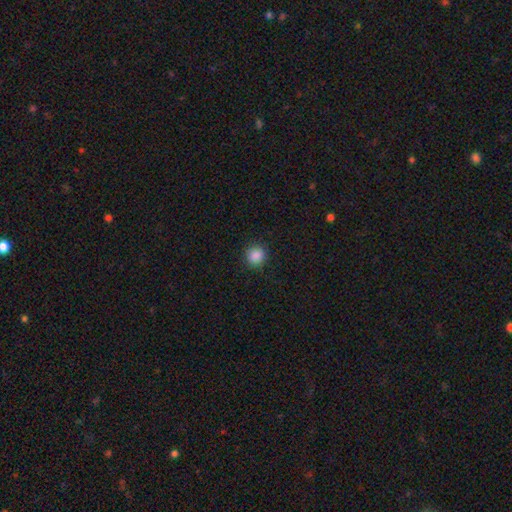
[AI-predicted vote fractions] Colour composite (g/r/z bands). It shows a smooth galaxy with no disk features (87%) that is round (88%). Merging: none (90%).